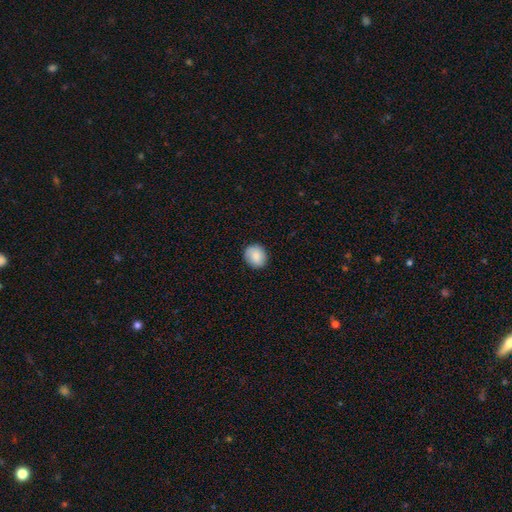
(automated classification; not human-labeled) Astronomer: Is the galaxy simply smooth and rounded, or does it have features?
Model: smooth — 85%.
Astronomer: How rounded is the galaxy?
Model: round — 76%.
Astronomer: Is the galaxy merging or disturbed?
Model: none — 87%.